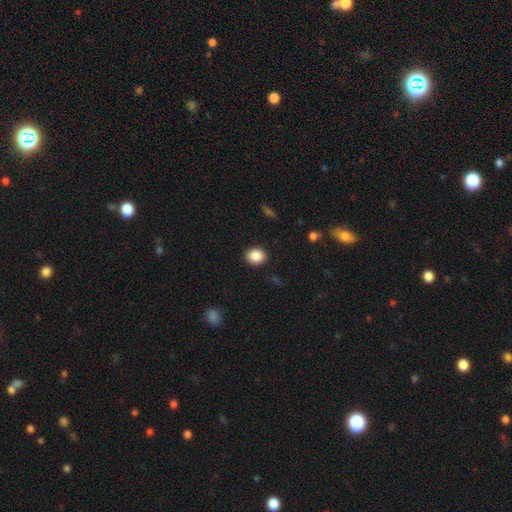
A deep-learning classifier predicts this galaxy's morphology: The model was most divided on "how rounded": round: 60%, in between: 39%, cigar-shaped: 1%. More confident: merging — none (90%); smooth or featured — smooth (88%).